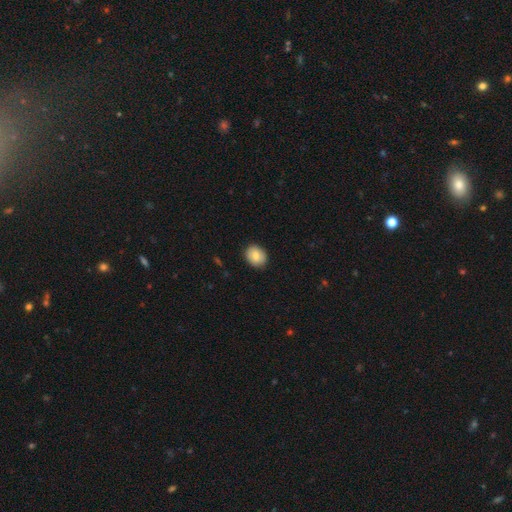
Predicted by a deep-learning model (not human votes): Smooth or featured: smooth — 80% (featured or disk — 12%)
How rounded: round — 68% (in between — 32%)
Merging: none — 89% (minor disturbance — 8%)